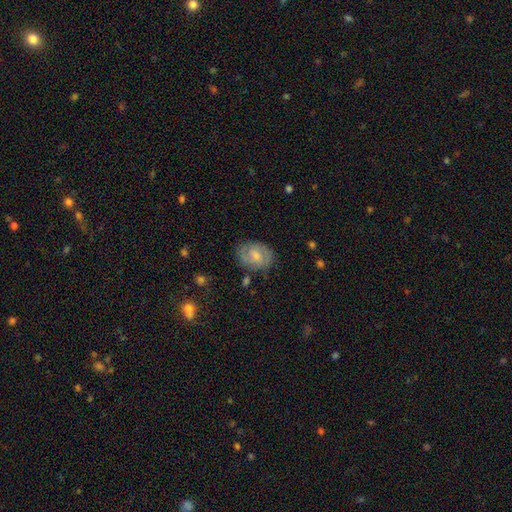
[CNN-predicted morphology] This is possibly a smooth galaxy (56%). How rounded: likely in between (68%). Merging: likely none (74%).